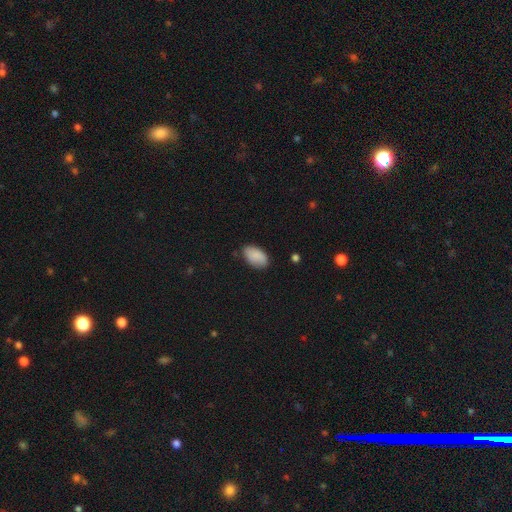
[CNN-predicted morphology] Smooth or featured? Predicted: smooth (p=0.87). How rounded? Predicted: in between (p=0.94). Merging? Predicted: none (p=0.76).